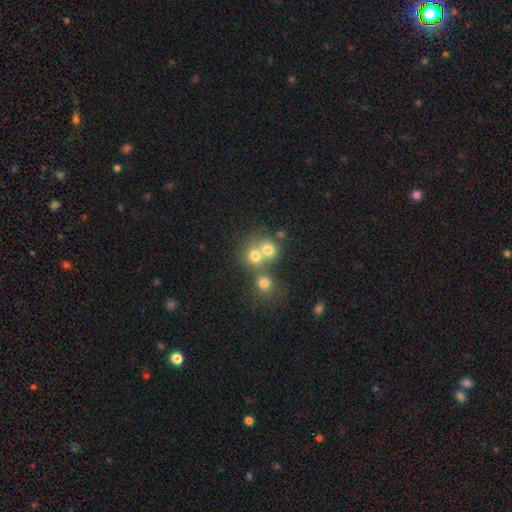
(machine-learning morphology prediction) smooth 71%, featured or disk 15%, star or artifact 14%. Down the decision tree: how rounded — round (80%); merging — merger (52%).